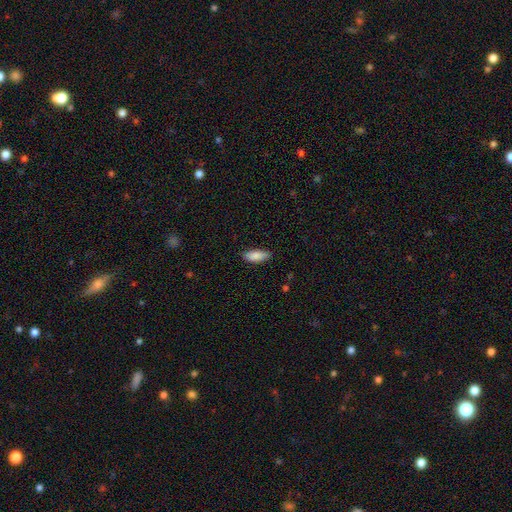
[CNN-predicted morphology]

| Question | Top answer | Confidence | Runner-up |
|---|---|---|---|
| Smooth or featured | smooth | 88% | featured or disk (6%) |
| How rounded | in between | 78% | cigar-shaped (20%) |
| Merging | none | 85% | minor disturbance (12%) |